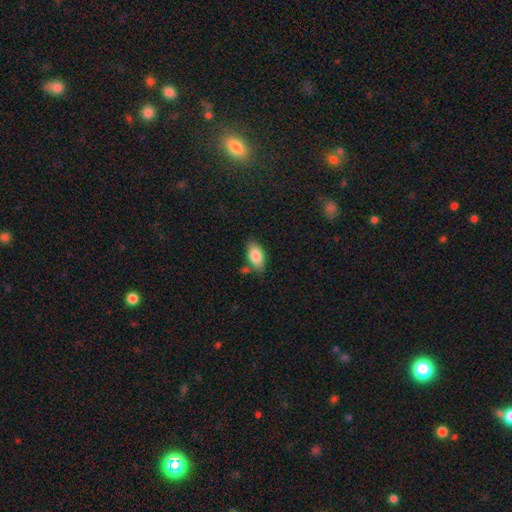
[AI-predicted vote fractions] Smooth or featured? smooth (85%)
How rounded? in between (92%)
Merging? none (73%)